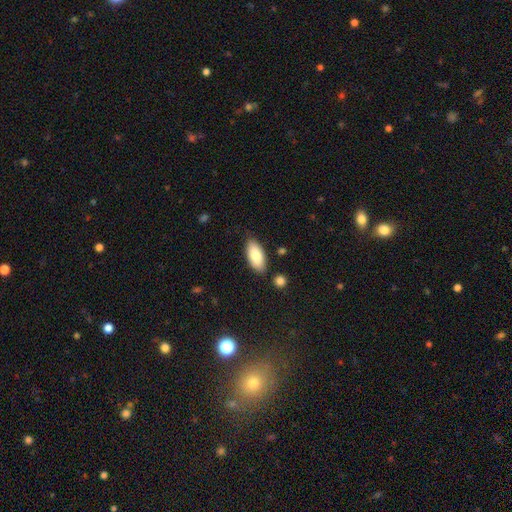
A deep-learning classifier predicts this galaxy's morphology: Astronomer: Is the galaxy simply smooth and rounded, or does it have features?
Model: smooth — 84%.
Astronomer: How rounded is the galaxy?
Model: in between — 88%.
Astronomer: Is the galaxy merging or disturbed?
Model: none — 83%.